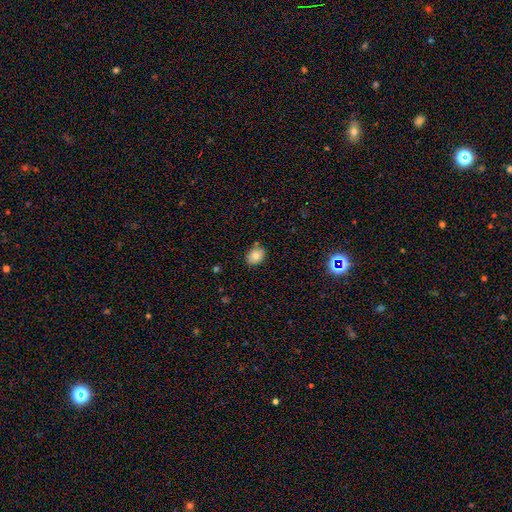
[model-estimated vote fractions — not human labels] Smooth or featured? smooth (82%)
How rounded? in between (57%)
Merging? none (83%)